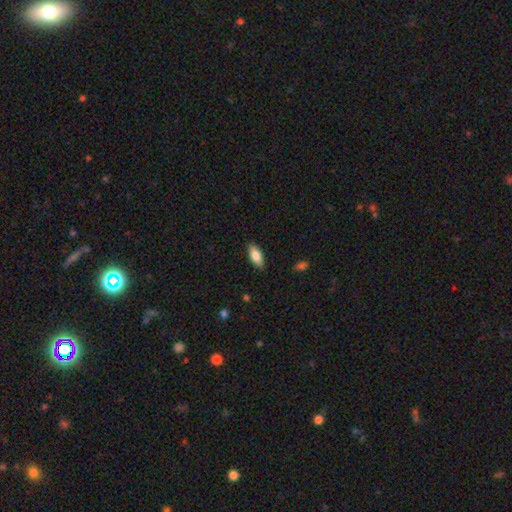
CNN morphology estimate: smooth 78%, featured or disk 15%, star or artifact 7%. Down the decision tree: how rounded — in between (83%); merging — none (85%).